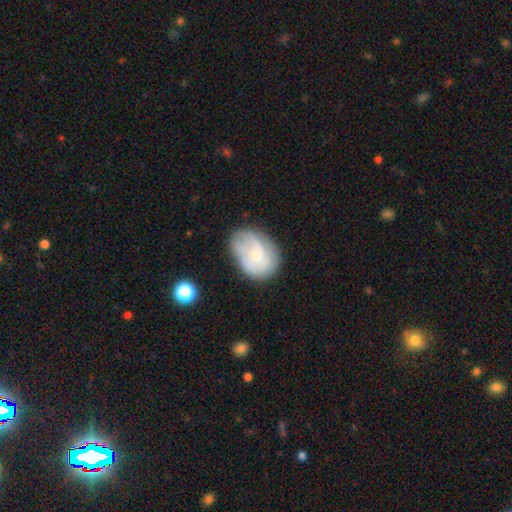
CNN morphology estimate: Smooth or featured? featured or disk (52%)
Edge-on disk? no (97%)
Bar? no (74%)
Spiral arms? yes (75%)
Bulge size? small (63%)
Merging? none (62%)